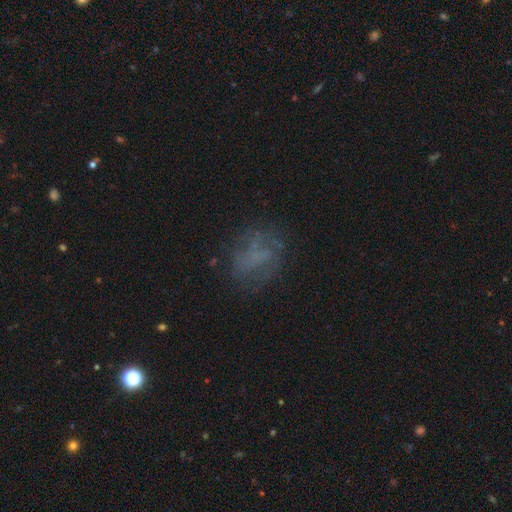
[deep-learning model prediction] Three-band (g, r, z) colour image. It shows a featured or disk galaxy (45%). Merging: none (65%).